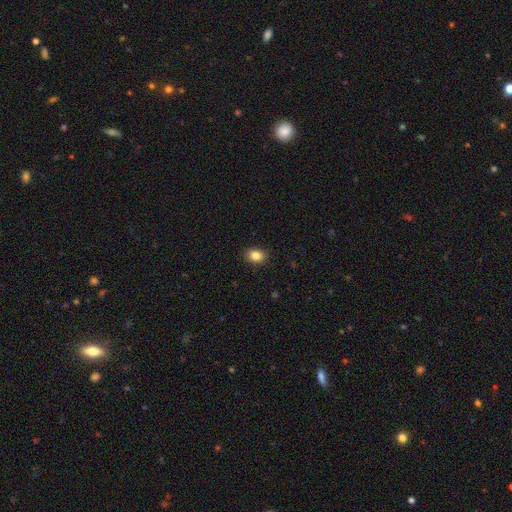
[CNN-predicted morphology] type=smooth (85%); roundness=in between (69%); merging=none (89%).